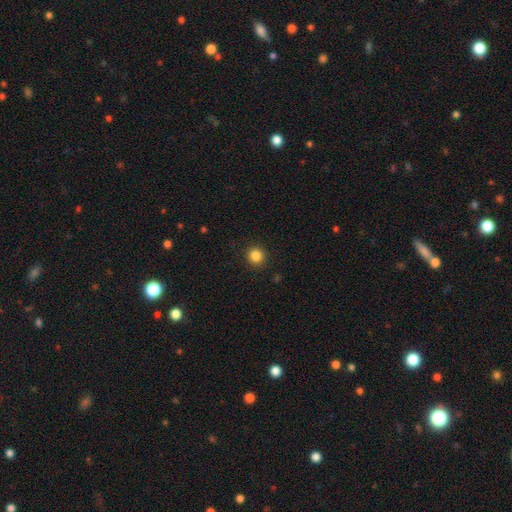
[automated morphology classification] This is clearly a smooth galaxy (85%). How rounded: clearly round (93%). Merging: clearly none (92%).